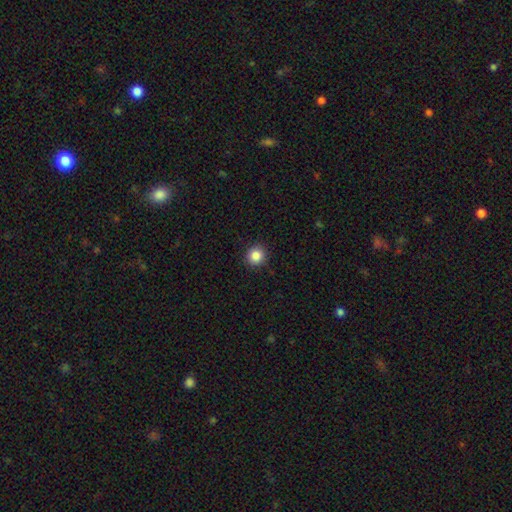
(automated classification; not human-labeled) Morphology: type=smooth (85%); roundness=round (92%); merging=none (92%).